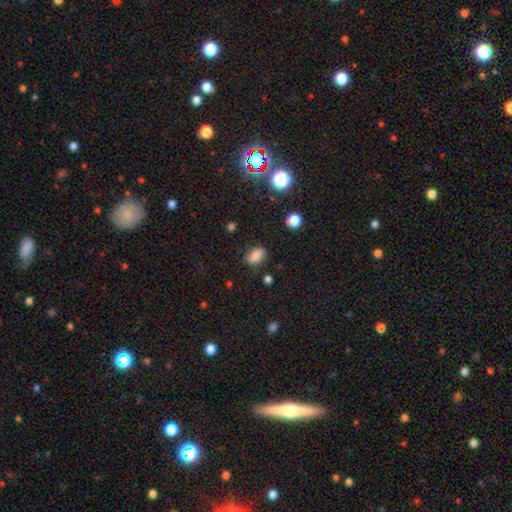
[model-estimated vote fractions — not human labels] smooth-or-featured: smooth: 81% | star or artifact: 11% | featured or disk: 8%
  how-rounded: in between: 86% | round: 12% | cigar-shaped: 2%
  merging: none: 78% | minor disturbance: 16% | major disturbance: 4% | merger: 2%